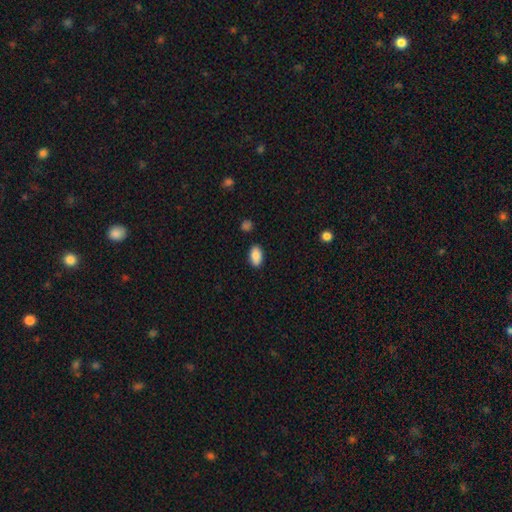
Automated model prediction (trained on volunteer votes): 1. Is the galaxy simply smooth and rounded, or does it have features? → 88% smooth, 7% star or artifact, 5% featured or disk.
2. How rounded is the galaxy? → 92% in between, 6% round, 2% cigar-shaped.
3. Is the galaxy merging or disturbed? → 86% none, 10% minor disturbance, 2% merger, 2% major disturbance.